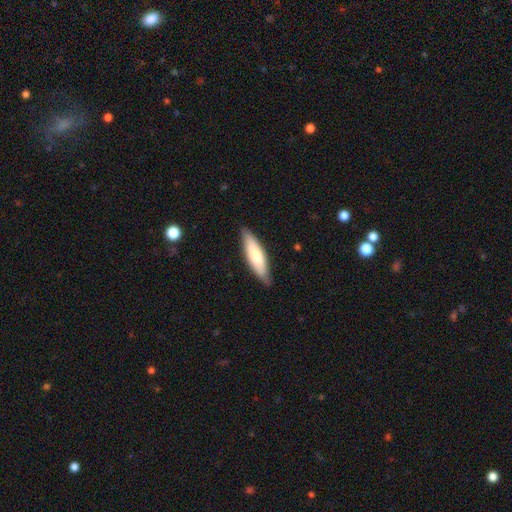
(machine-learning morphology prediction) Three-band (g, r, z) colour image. It shows a smooth galaxy with no disk features (71%) that is cigar-shaped (61%). Merging: none (83%).